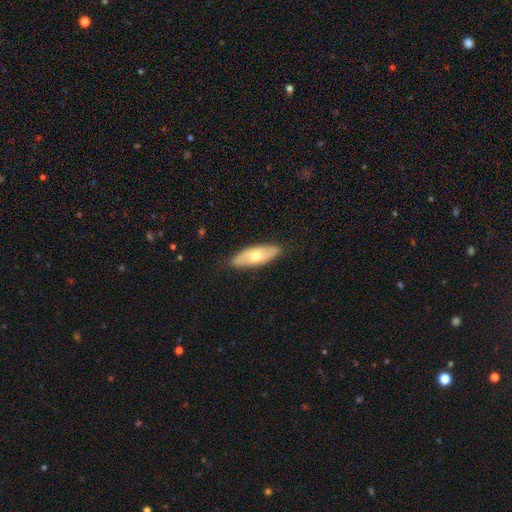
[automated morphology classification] This is possibly a smooth galaxy (52%). How rounded: likely in between (69%). Merging: clearly none (85%).